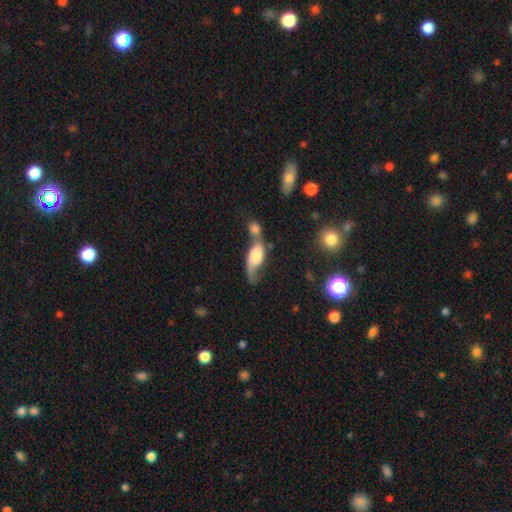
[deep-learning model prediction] Morphology: type=smooth (46%, tied with featured or disk); merging=merger (51%).